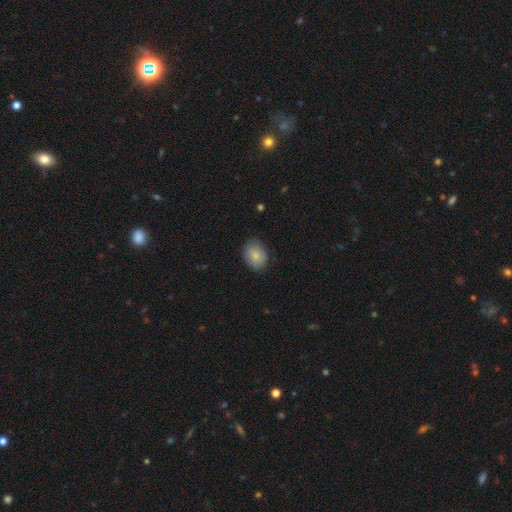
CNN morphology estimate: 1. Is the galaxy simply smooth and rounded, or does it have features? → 83% smooth, 9% featured or disk, 8% star or artifact.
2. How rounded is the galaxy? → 55% in between, 44% round, 1% cigar-shaped.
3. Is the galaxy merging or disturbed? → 81% none, 15% minor disturbance, 3% major disturbance, 1% merger.